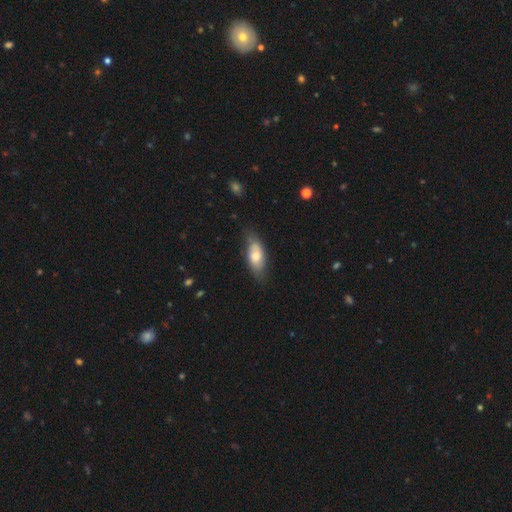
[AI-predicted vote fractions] smooth-or-featured: smooth: 68% | featured or disk: 26% | star or artifact: 6%
  how-rounded: in between: 83% | cigar-shaped: 14% | round: 3%
  merging: none: 69% | minor disturbance: 24% | major disturbance: 5% | merger: 2%